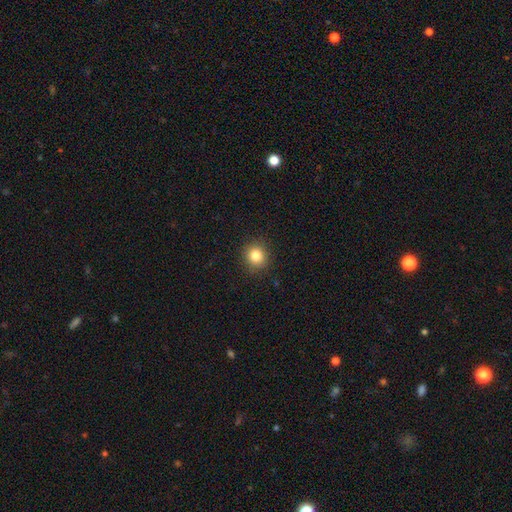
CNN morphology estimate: Overall: smooth (83%). How rounded: round (89%). Merging: none (90%).